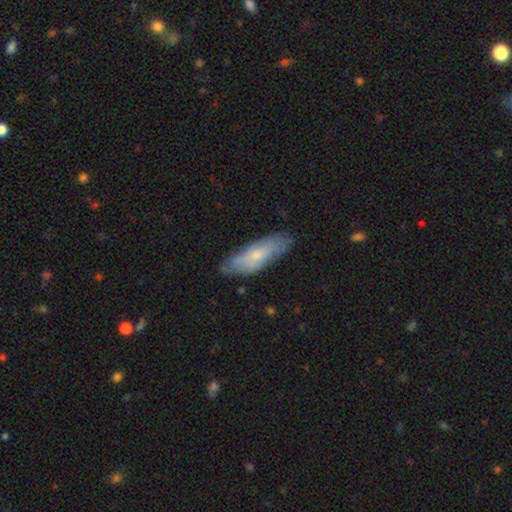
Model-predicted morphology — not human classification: type=smooth (64%); roundness=in between (52%); merging=none (71%).